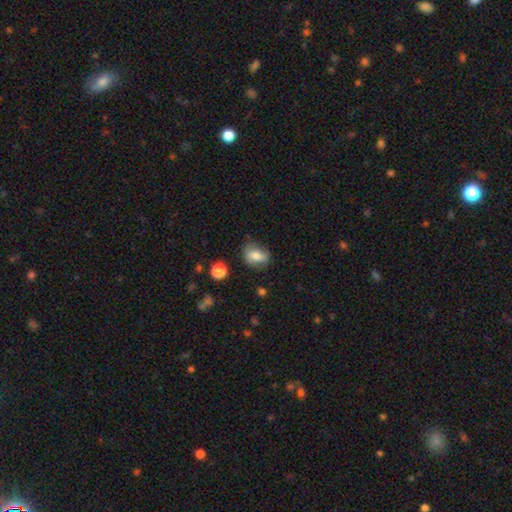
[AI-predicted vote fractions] This is likely a smooth galaxy (71%). How rounded: likely in between (64%). Merging: likely none (67%).